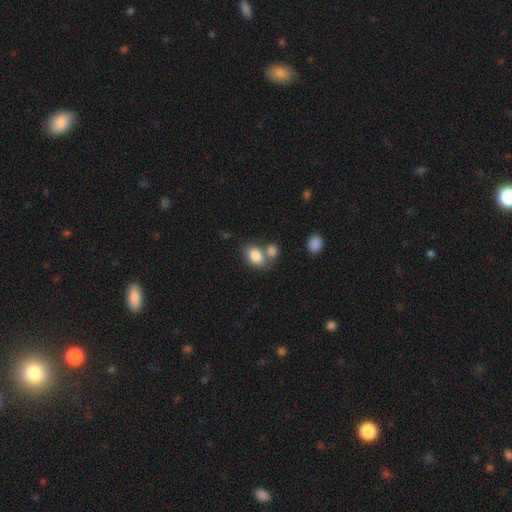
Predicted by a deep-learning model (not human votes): Smooth or featured?
  - smooth: 83% *
  - featured or disk: 9%
  - star or artifact: 8%
How rounded?
  - in between: 80% *
  - round: 19%
  - cigar-shaped: 1%
Merging?
  - none: 46% *
  - merger: 38%
  - minor disturbance: 12%
  - major disturbance: 5%